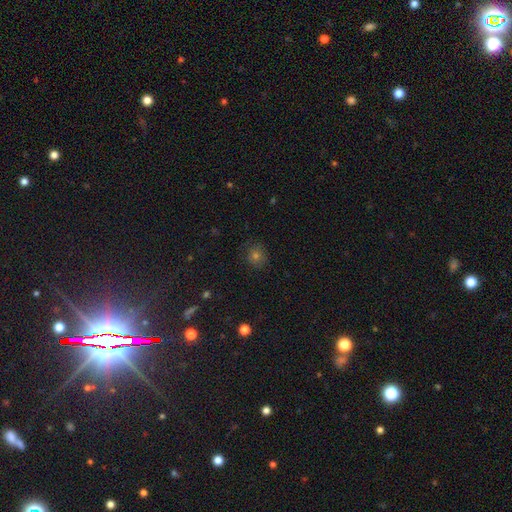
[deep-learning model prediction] A smooth galaxy with no disk features (62%) that is round (88%).

Vote fractions:
- Smooth or featured? smooth: 62% / star or artifact: 27% / featured or disk: 11%
- How rounded? round: 88% / in between: 11% / cigar-shaped: 1%
- Merging? none: 85% / minor disturbance: 11% / major disturbance: 3% / merger: 1%